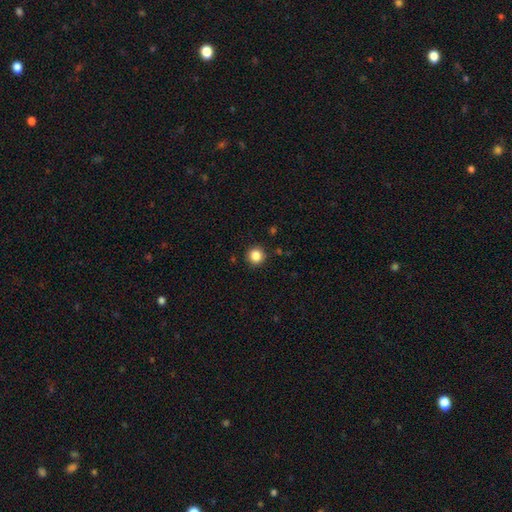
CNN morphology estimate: smooth_or_featured: smooth (p=0.85) [alt: star or artifact p=0.11]
how_rounded: round (p=0.93) [alt: in between p=0.06]
merging: none (p=0.91) [alt: minor disturbance p=0.06]